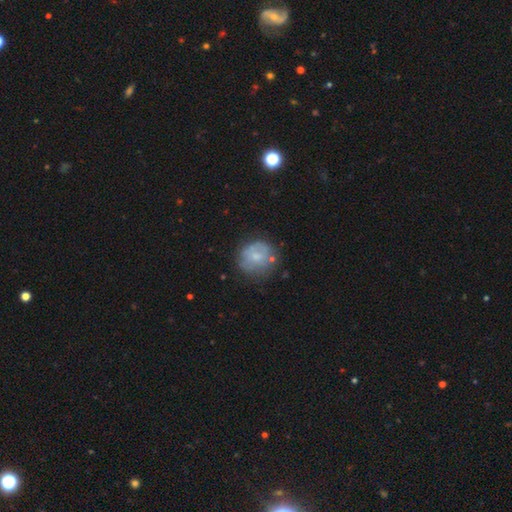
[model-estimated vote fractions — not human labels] Smooth or featured? smooth (61%)
How rounded? round (83%)
Merging? none (61%)